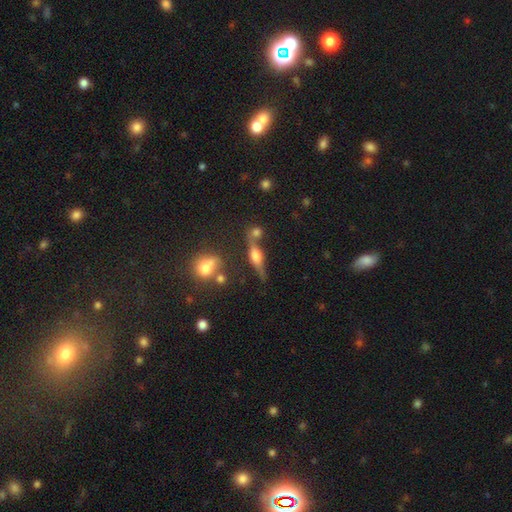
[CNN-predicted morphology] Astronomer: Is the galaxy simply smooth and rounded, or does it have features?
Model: featured or disk — 59%.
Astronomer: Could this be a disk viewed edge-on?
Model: yes — 88%.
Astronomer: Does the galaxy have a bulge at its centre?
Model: rounded — 88%.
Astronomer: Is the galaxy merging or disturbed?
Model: none — 60%.